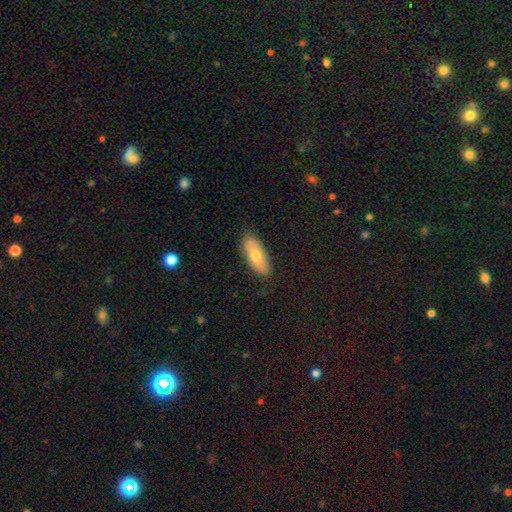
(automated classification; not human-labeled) A smooth galaxy with no disk features (67%) that is in between round and cigar-shaped (81%). Merging: none (85%).